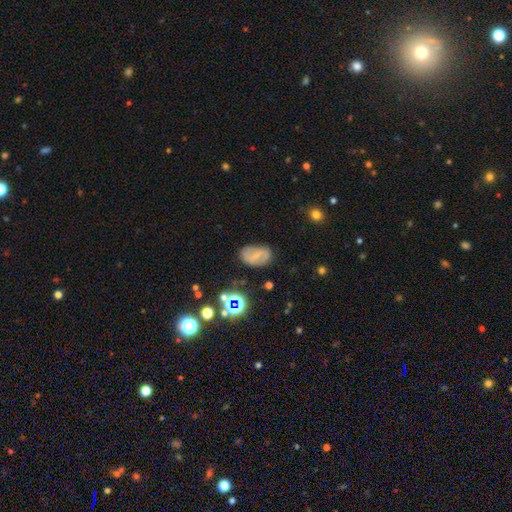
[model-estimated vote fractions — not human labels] Morphology: type=featured or disk (46%); merging=none (76%).